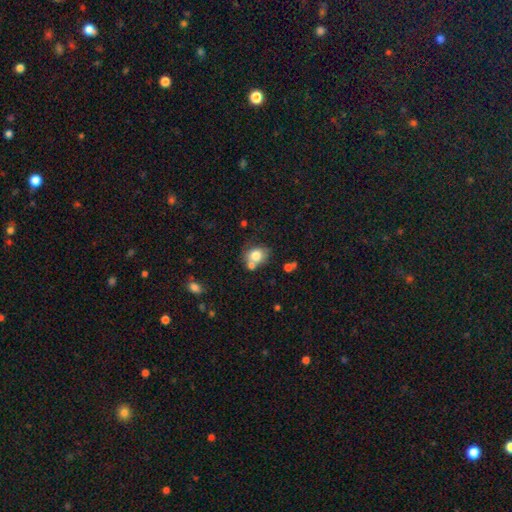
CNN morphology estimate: The model was most divided on "merging": none: 51%, merger: 27%, minor disturbance: 16%, major disturbance: 6%. More confident: smooth or featured — smooth (77%); how rounded — round (63%).